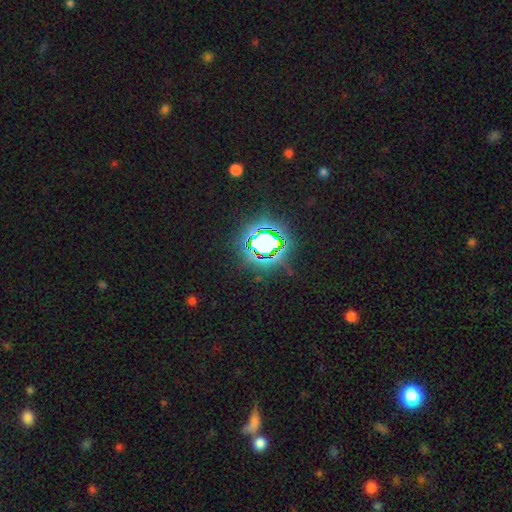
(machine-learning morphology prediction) A star or artifact, not a galaxy (81%).